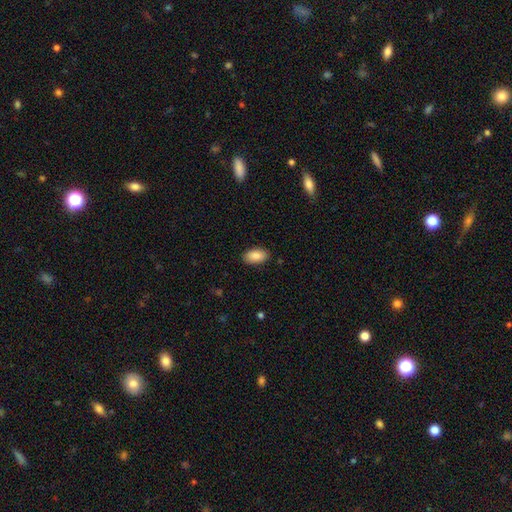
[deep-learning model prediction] Morphology: type=smooth (88%); roundness=in between (94%); merging=none (88%).